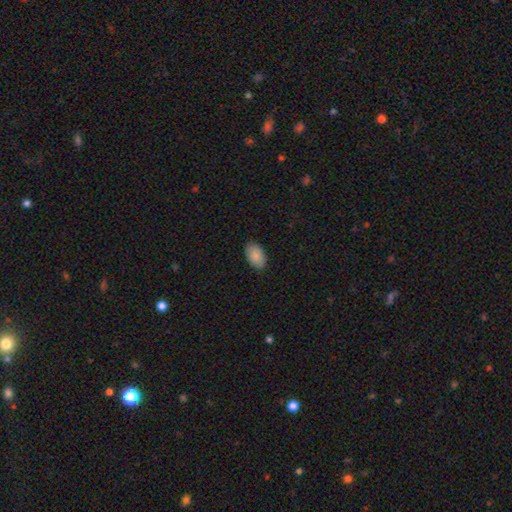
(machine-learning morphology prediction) Overall: smooth (88%). How rounded: in between (94%). Merging: none (87%).